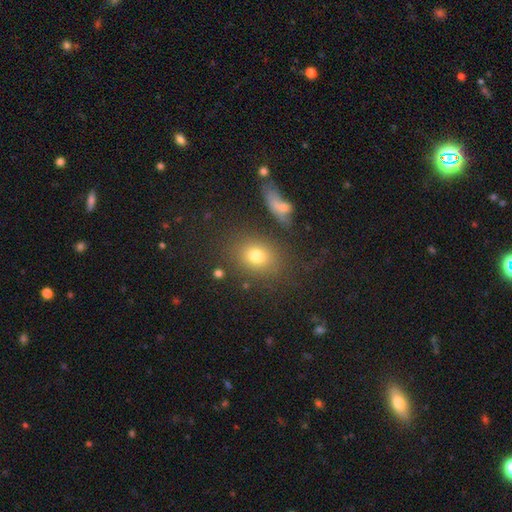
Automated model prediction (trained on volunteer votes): smooth 74%, star or artifact 14%, featured or disk 12%. Down the decision tree: how rounded — in between (50%); merging — none (74%).